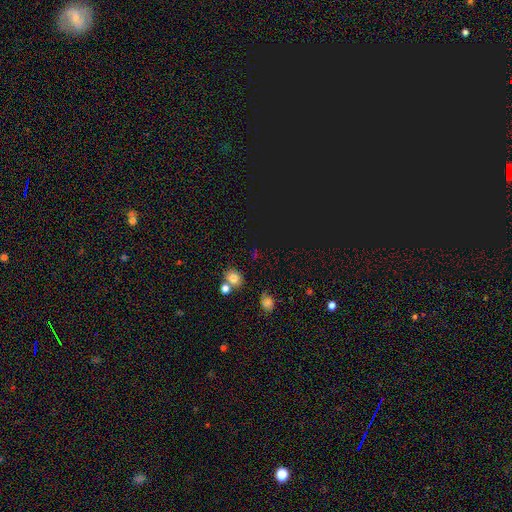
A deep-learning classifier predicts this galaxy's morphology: type=smooth (57%); roundness=round (66%); merging=none (66%).